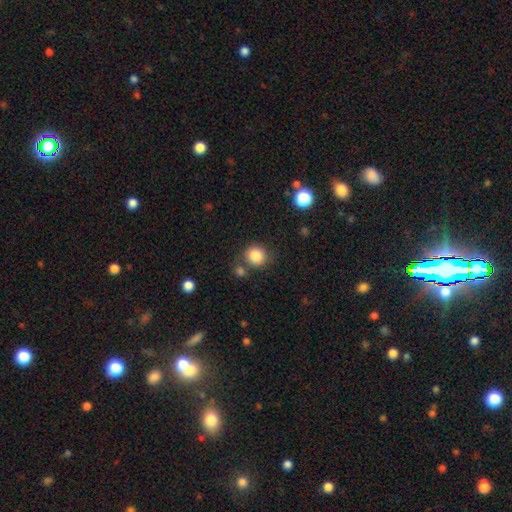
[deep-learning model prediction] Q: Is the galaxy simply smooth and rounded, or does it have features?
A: smooth — 85%.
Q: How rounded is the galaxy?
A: round — 85%.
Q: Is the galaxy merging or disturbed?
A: none — 73%.